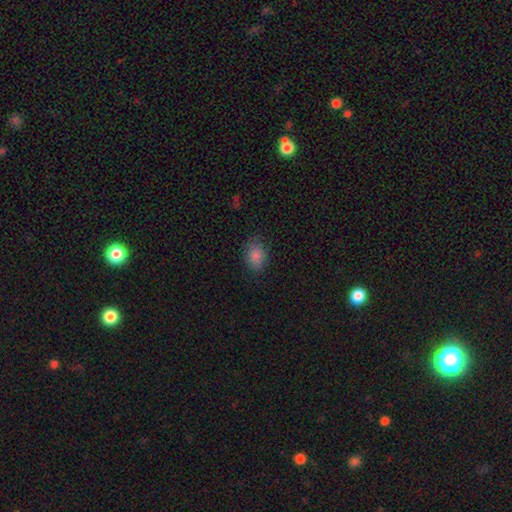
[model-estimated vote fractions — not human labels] Smooth or featured: smooth — 83% (star or artifact — 11%)
How rounded: in between — 77% (round — 22%)
Merging: none — 84% (minor disturbance — 12%)